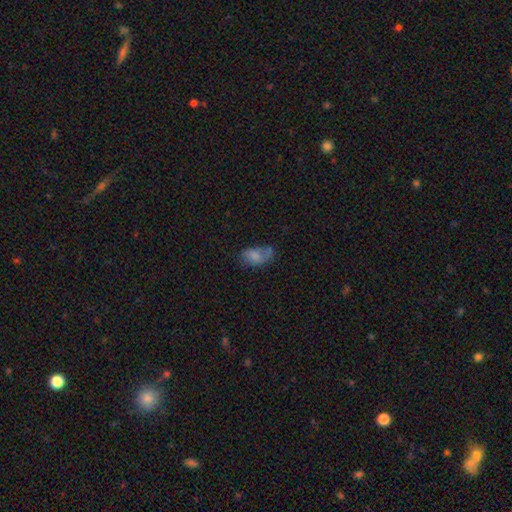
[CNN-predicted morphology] This is likely a smooth galaxy (69%). How rounded: clearly in between (90%). Merging: marginally none (37%).